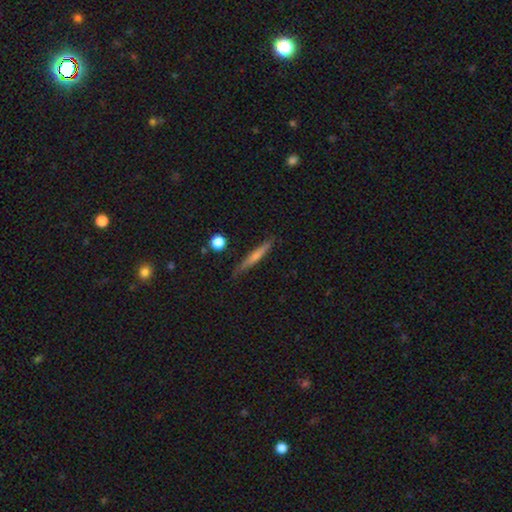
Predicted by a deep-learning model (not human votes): This is possibly a smooth galaxy (52%). How rounded: clearly cigar-shaped (93%). Merging: clearly none (84%).